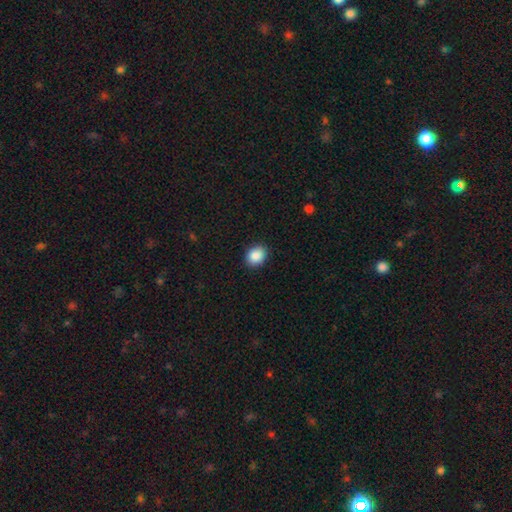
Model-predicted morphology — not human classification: smooth-or-featured: smooth: 88% | star or artifact: 8% | featured or disk: 4%
  how-rounded: round: 55% | in between: 44% | cigar-shaped: 1%
  merging: none: 90% | minor disturbance: 7% | major disturbance: 2% | merger: 1%